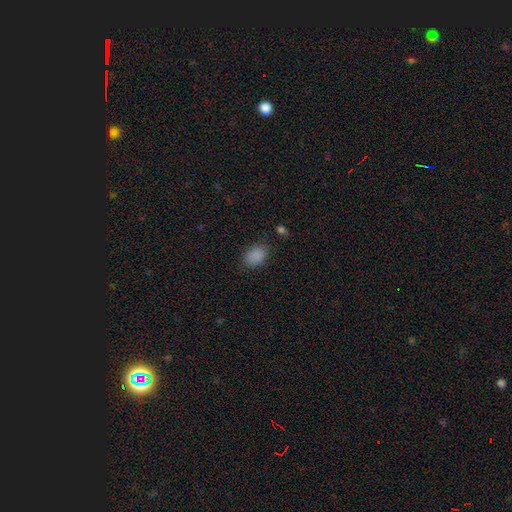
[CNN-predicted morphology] type=smooth (86%); roundness=in between (81%); merging=none (78%).